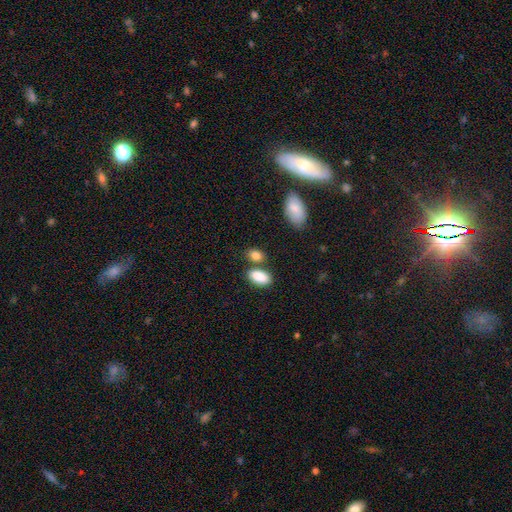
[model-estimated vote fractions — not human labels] Morphology: type=smooth (86%); roundness=in between (83%); merging=none (64%).